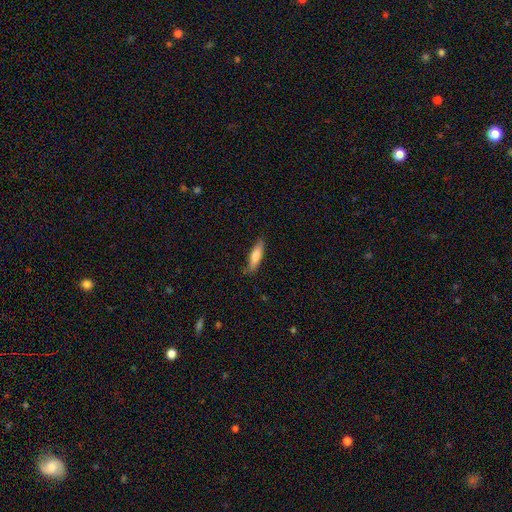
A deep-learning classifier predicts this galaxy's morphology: Smooth or featured? Predicted: smooth (p=0.76). How rounded? Predicted: cigar-shaped (p=0.64). Merging? Predicted: none (p=0.80).